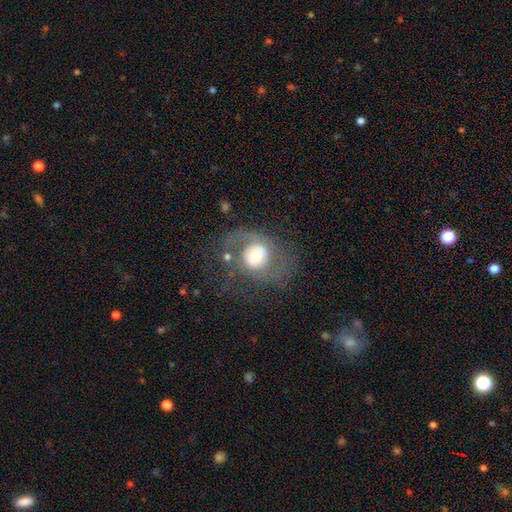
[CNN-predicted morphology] featured or disk 54%, smooth 36%, star or artifact 10%. Down the decision tree: edge-on disk — no (96%); bar — no (72%); spiral arms — yes (57%); bulge size — moderate (61%); merging — none (46%).